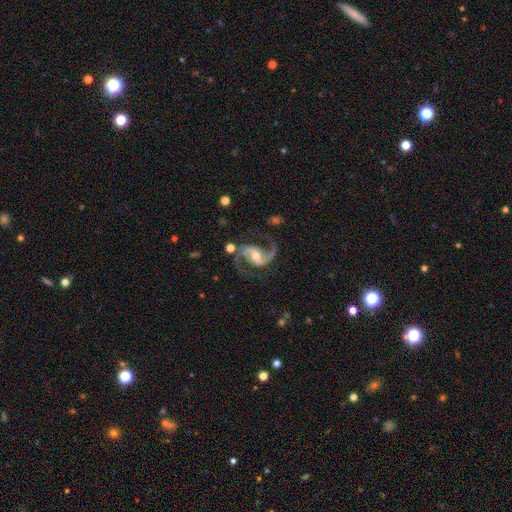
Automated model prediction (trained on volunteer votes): This appears to be a featured or disk galaxy (92%) with a weak bar (41%), 2 (93%) medium (56%) spiral arms (98%) and a moderate central bulge (65%). Merging: none (71%).